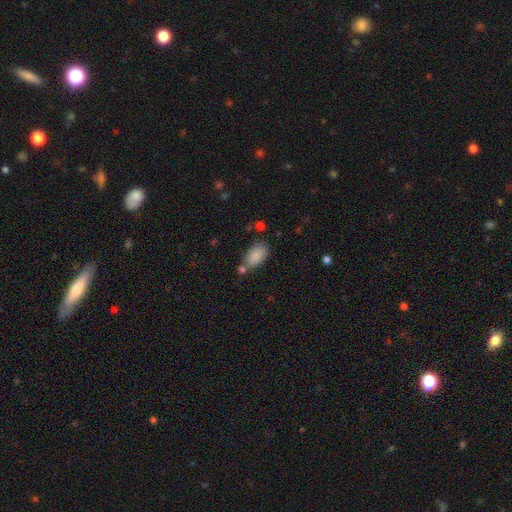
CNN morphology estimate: Q: Smooth or featured?
A: smooth (87%); runner-up: star or artifact (7%)
Q: How rounded?
A: in between (93%); runner-up: round (4%)
Q: Merging?
A: none (63%); runner-up: minor disturbance (18%)